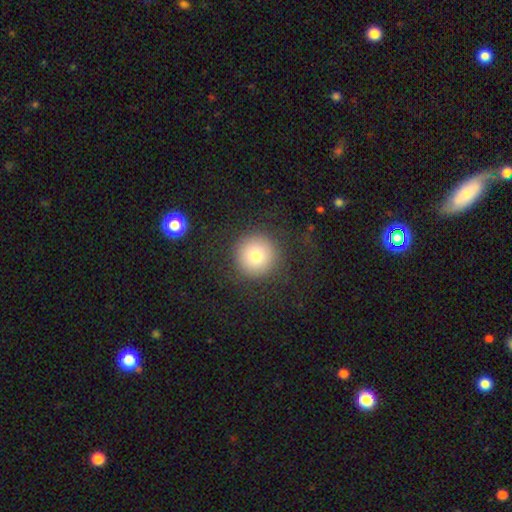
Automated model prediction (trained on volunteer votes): Smooth or featured? Predicted: smooth (p=0.79). How rounded? Predicted: round (p=0.96). Merging? Predicted: none (p=0.87).